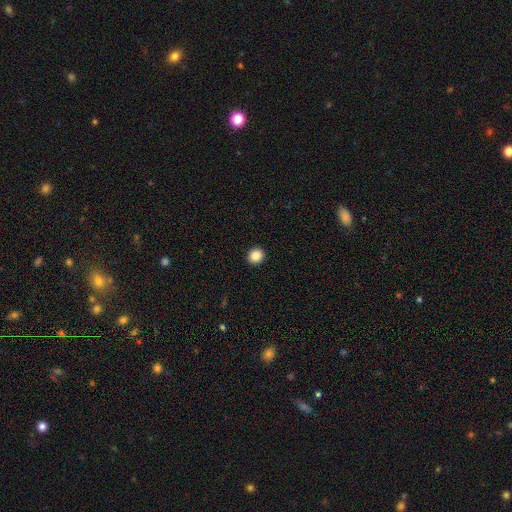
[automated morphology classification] Smooth or featured? smooth (87%)
How rounded? round (87%)
Merging? none (93%)